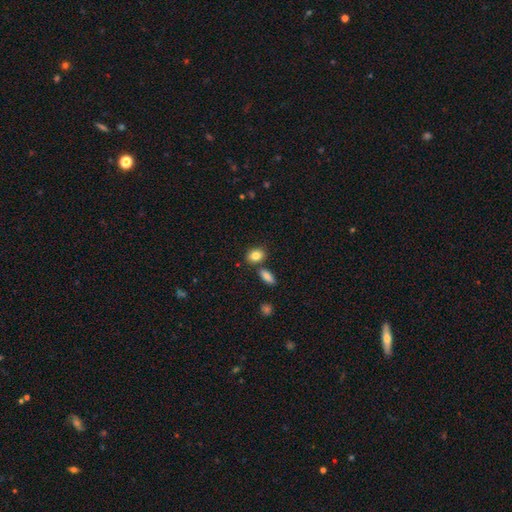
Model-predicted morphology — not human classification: This is clearly a smooth galaxy (85%). How rounded: likely in between (70%). Merging: likely none (72%).